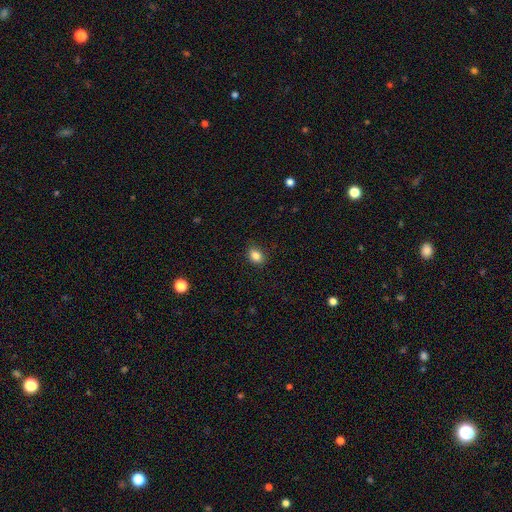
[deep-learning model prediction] Overall: smooth (85%). How rounded: in between (61%; round 38%). Merging: none (85%).